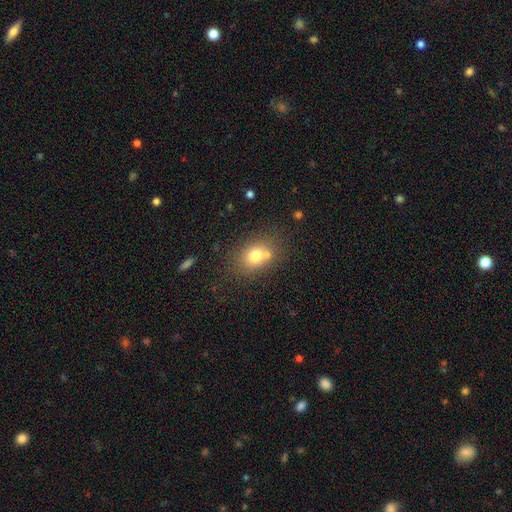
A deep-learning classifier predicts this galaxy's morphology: A smooth galaxy with no disk features (73%) that is in between round and cigar-shaped (58%). Merging: none (58%).